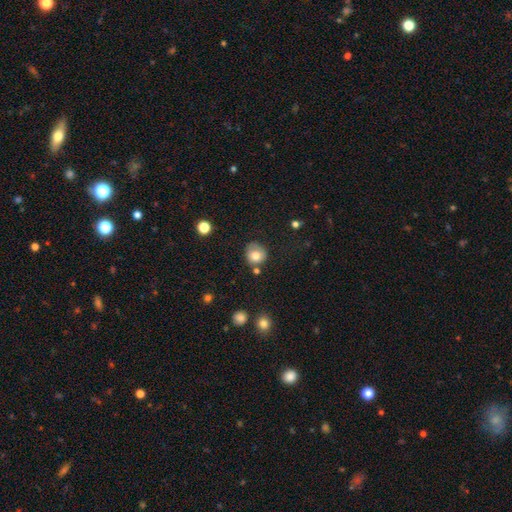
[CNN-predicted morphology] Smooth or featured: smooth — 77% (featured or disk — 13%)
How rounded: round — 83% (in between — 16%)
Merging: none — 67% (minor disturbance — 20%)